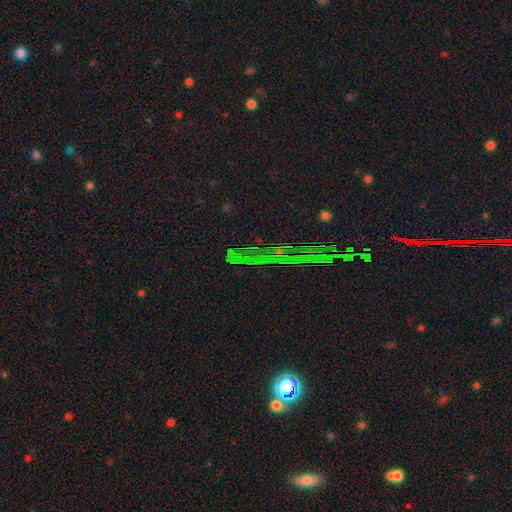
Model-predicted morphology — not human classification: Overall: star or artifact (79%).